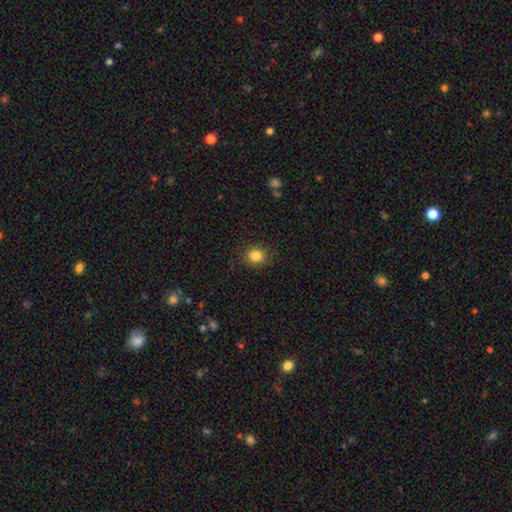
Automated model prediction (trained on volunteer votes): Smooth or featured: smooth — 85% (star or artifact — 11%)
How rounded: round — 79% (in between — 20%)
Merging: none — 89% (minor disturbance — 8%)